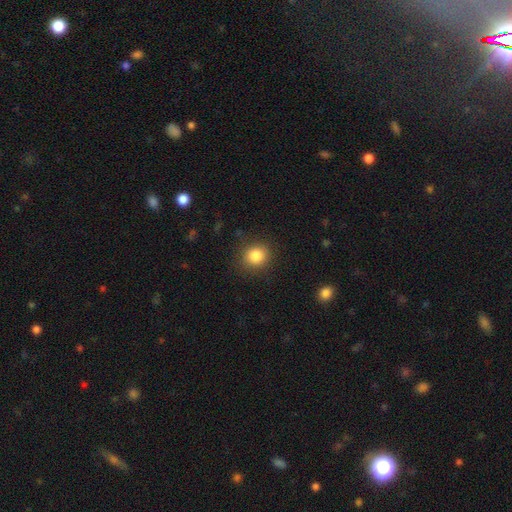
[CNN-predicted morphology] Smooth or featured? Predicted: smooth (p=0.85). How rounded? Predicted: round (p=0.83). Merging? Predicted: none (p=0.87).